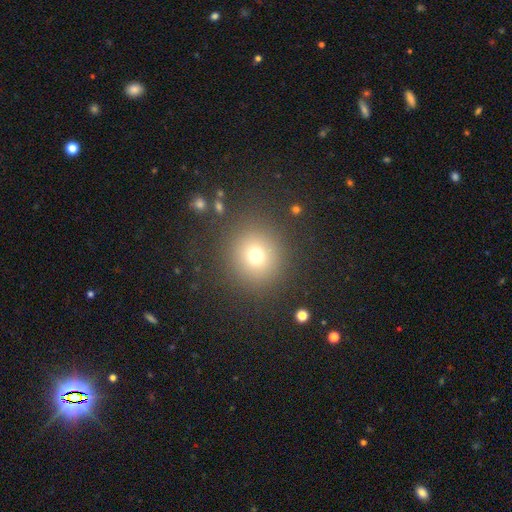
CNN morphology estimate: Smooth or featured? Predicted: smooth (p=0.72). How rounded? Predicted: round (p=0.90). Merging? Predicted: none (p=0.86).